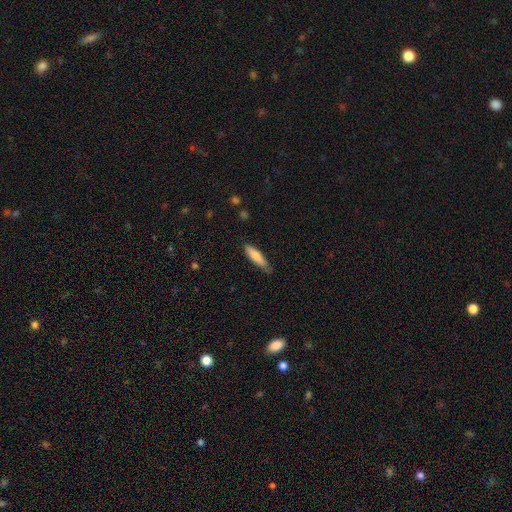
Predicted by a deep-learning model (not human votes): This appears to be a smooth galaxy with no disk features (79%) that is cigar-shaped (73%). Merging: none (72%).